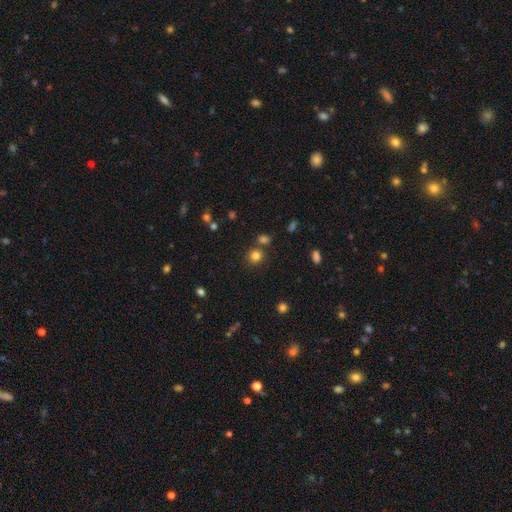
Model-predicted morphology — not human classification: smooth-or-featured: smooth: 80% | star or artifact: 15% | featured or disk: 5%
  how-rounded: round: 90% | in between: 9% | cigar-shaped: 1%
  merging: none: 77% | merger: 12% | minor disturbance: 7% | major disturbance: 3%